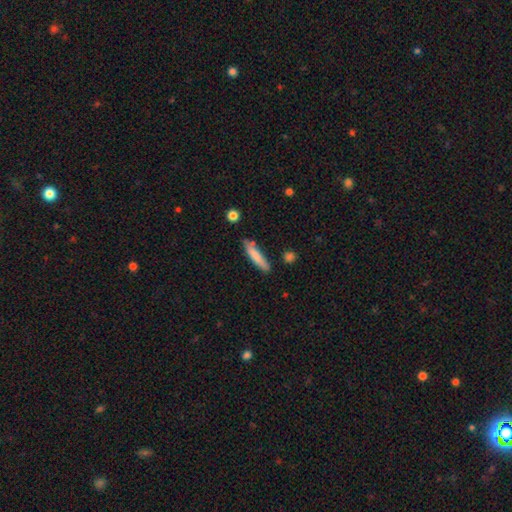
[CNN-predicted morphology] Smooth or featured: smooth — 79% (featured or disk — 15%)
How rounded: cigar-shaped — 86% (in between — 12%)
Merging: none — 78% (minor disturbance — 15%)